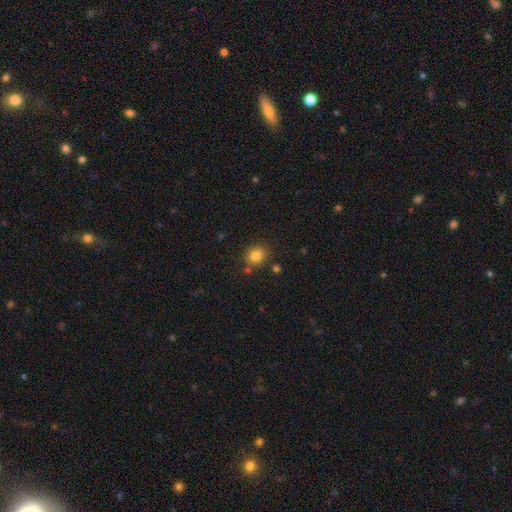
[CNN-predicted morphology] Q: Smooth or featured?
A: smooth (81%); runner-up: star or artifact (12%)
Q: How rounded?
A: round (70%); runner-up: in between (29%)
Q: Merging?
A: none (80%); runner-up: minor disturbance (11%)